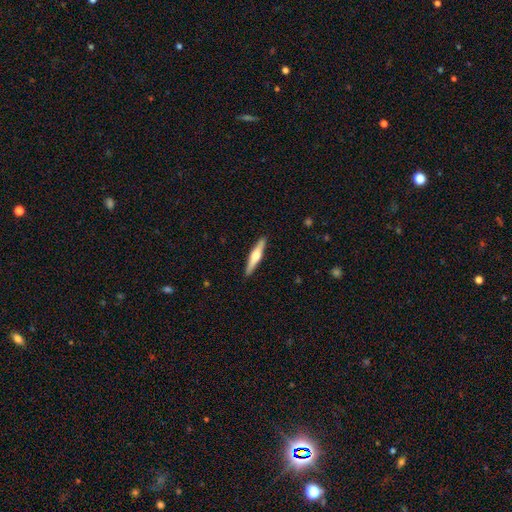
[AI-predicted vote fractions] Smooth or featured? featured or disk (59%)
Edge-on disk? yes (97%)
Edge-on bulge? rounded (92%)
Merging? none (91%)